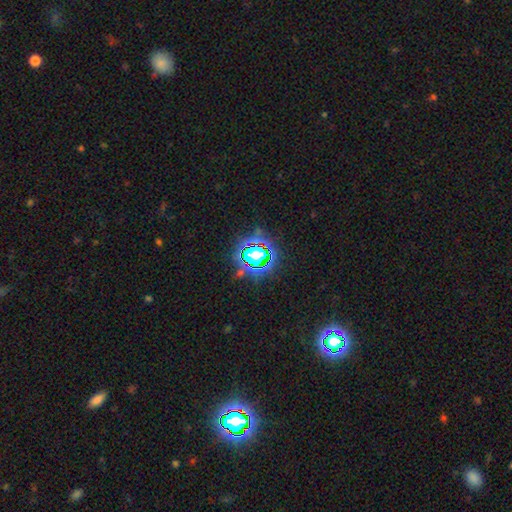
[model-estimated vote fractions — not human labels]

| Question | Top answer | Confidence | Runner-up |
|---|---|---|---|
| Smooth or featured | star or artifact | 67% | smooth (20%) |